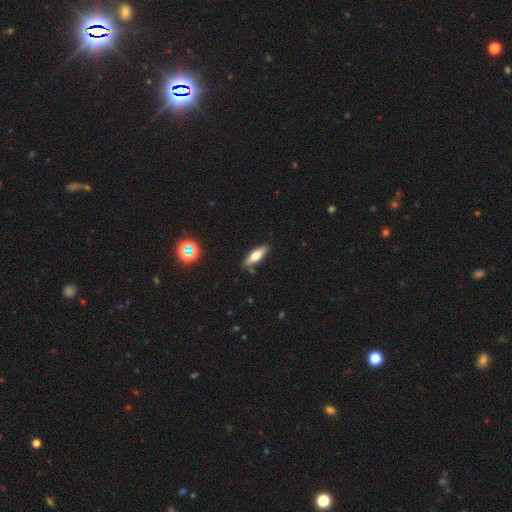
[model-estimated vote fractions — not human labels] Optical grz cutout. It shows a smooth galaxy with no disk features (56%) that is cigar-shaped (55%). Merging: none (85%).